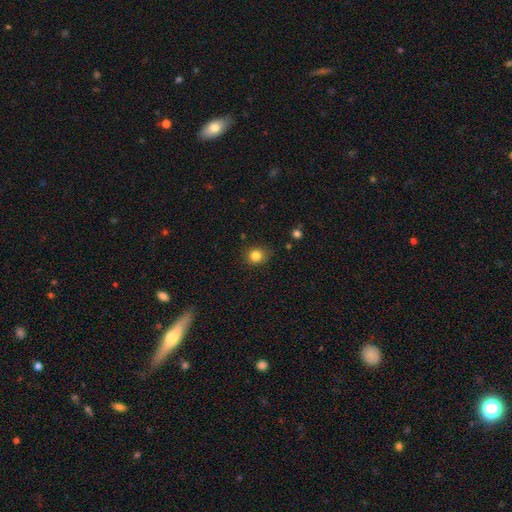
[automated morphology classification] A smooth galaxy with no disk features (82%) that is round (78%).

Vote fractions:
- Smooth or featured? smooth: 82% / star or artifact: 12% / featured or disk: 6%
- How rounded? round: 78% / in between: 21% / cigar-shaped: 1%
- Merging? none: 79% / minor disturbance: 16% / major disturbance: 3% / merger: 2%